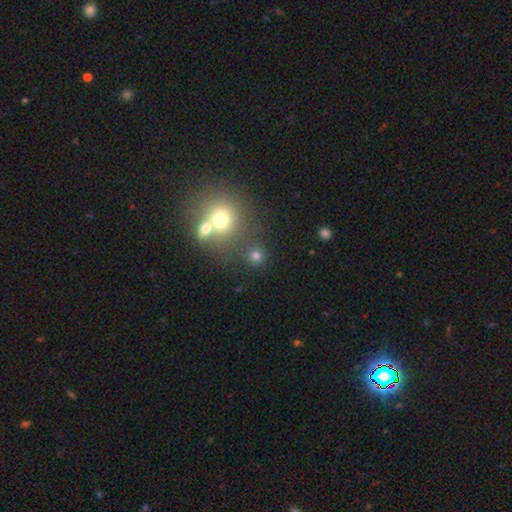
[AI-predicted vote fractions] Q: Smooth or featured?
A: smooth (74%); runner-up: star or artifact (18%)
Q: How rounded?
A: round (87%); runner-up: in between (12%)
Q: Merging?
A: none (65%); runner-up: merger (23%)